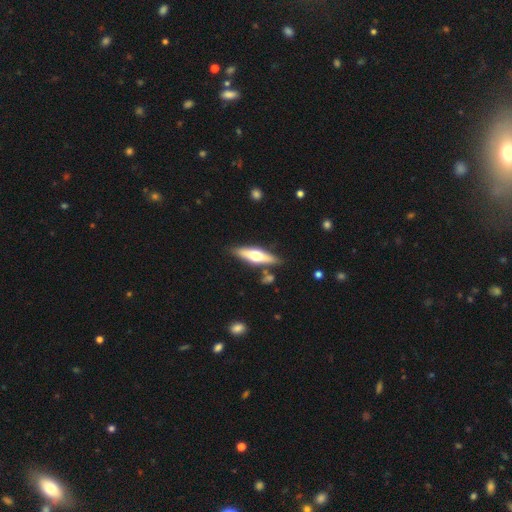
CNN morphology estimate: smooth-or-featured: featured or disk: 54% | smooth: 41% | star or artifact: 5%
  disk-edge-on: yes: 92% | no: 8%
  merging: none: 83% | minor disturbance: 10% | merger: 4% | major disturbance: 2%